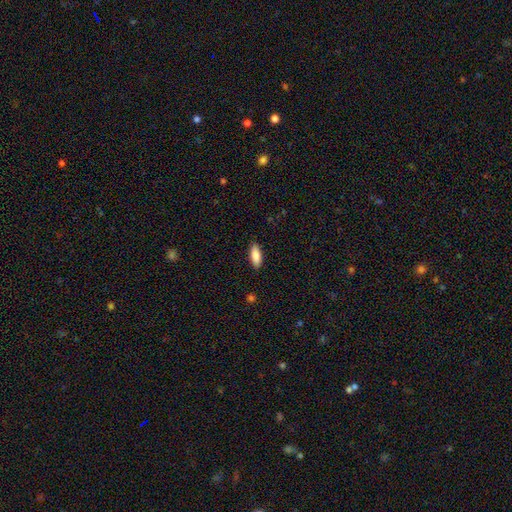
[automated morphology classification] Smooth or featured? smooth (85%)
How rounded? in between (70%)
Merging? none (88%)